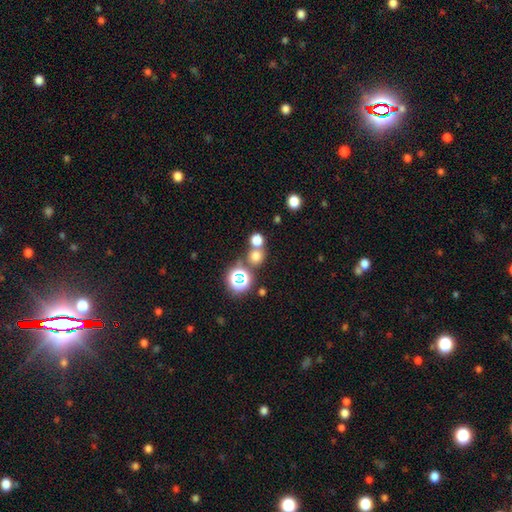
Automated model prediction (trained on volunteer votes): Smooth or featured? smooth (69%)
How rounded? round (89%)
Merging? none (63%)